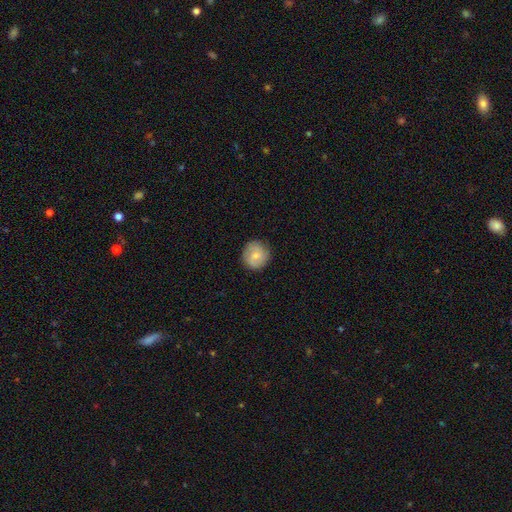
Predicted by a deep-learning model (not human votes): smooth_or_featured: smooth (p=0.65) [alt: featured or disk p=0.28]
how_rounded: round (p=0.90) [alt: in between p=0.09]
merging: none (p=0.85) [alt: minor disturbance p=0.11]